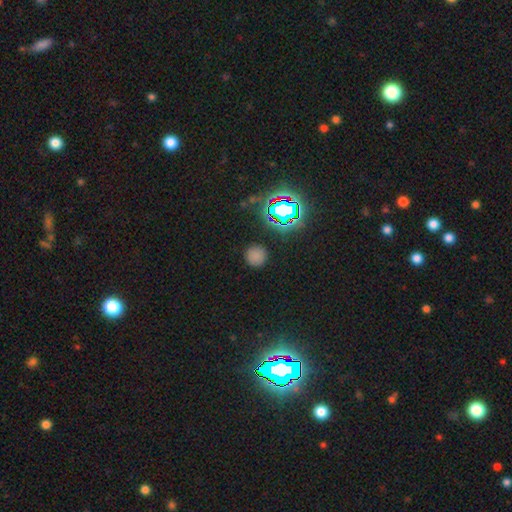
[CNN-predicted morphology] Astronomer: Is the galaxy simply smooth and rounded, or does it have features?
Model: smooth — 71%.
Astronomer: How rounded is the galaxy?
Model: round — 94%.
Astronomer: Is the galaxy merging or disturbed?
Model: none — 88%.